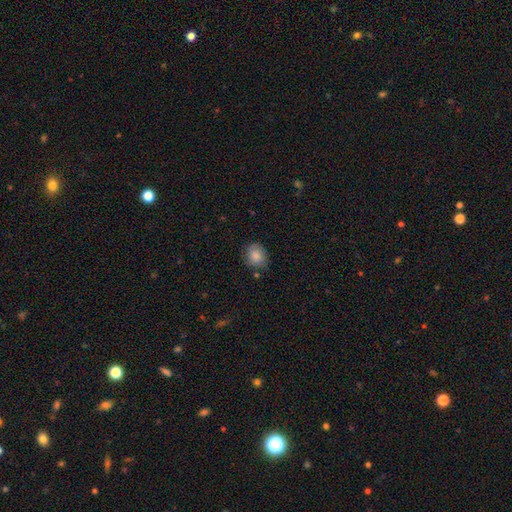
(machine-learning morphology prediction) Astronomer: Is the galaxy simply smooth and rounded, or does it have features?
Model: smooth — 85%.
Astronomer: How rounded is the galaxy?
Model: round — 65%.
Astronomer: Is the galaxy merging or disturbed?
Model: none — 75%.